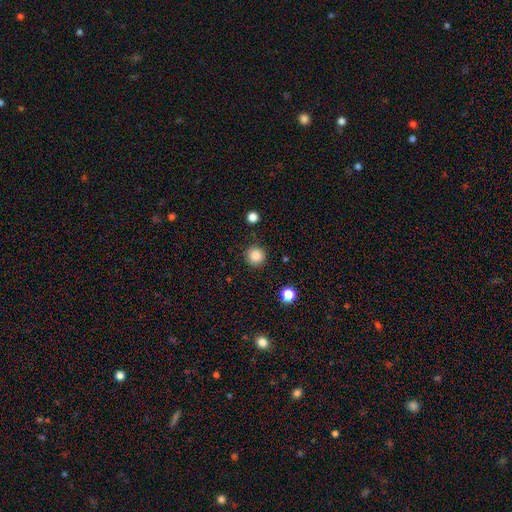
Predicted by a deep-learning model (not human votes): smooth 86%, star or artifact 11%, featured or disk 4%. Down the decision tree: how rounded — round (95%); merging — none (89%).